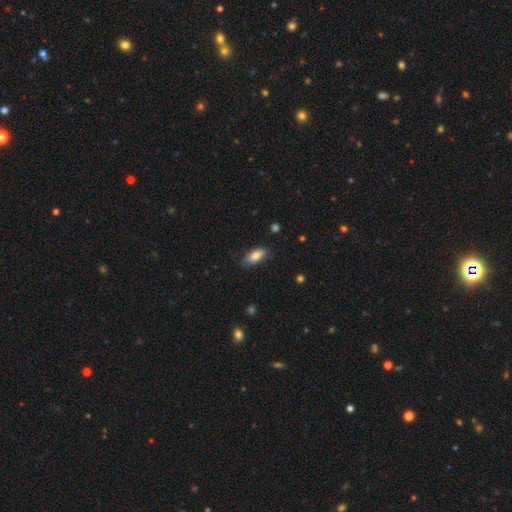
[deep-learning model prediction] This appears to be a smooth galaxy with no disk features (81%) that is in between round and cigar-shaped (81%). Merging: none (78%).